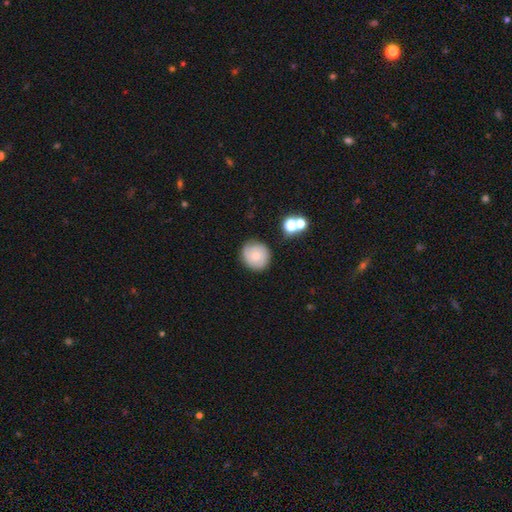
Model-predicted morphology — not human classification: This is likely a smooth galaxy (63%). How rounded: clearly round (90%). Merging: likely none (78%).